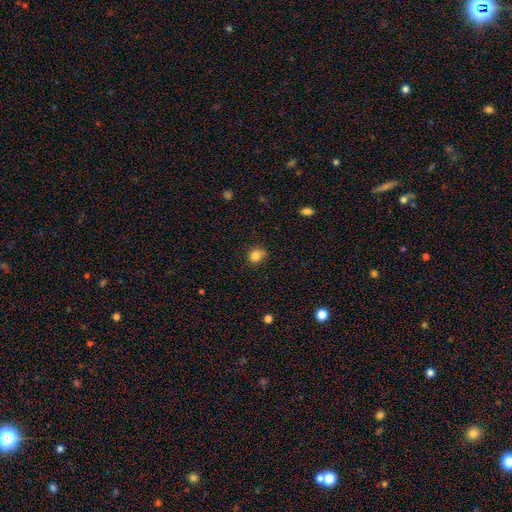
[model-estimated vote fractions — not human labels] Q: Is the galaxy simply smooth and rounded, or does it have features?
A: smooth — 83%.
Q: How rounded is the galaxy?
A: round — 75%.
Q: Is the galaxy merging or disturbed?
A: none — 68%.